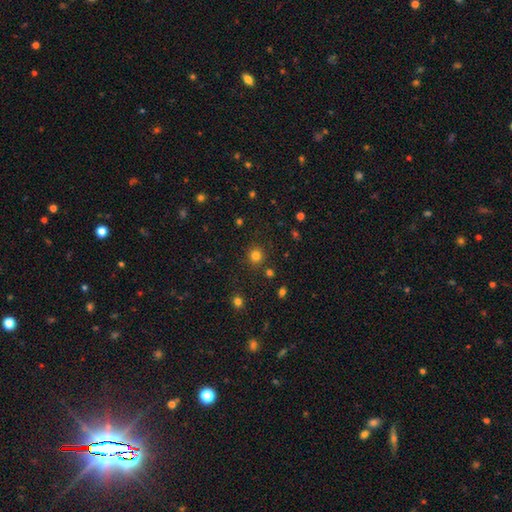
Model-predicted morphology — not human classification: smooth 79%, star or artifact 16%, featured or disk 5%. Down the decision tree: how rounded — round (91%); merging — none (87%).